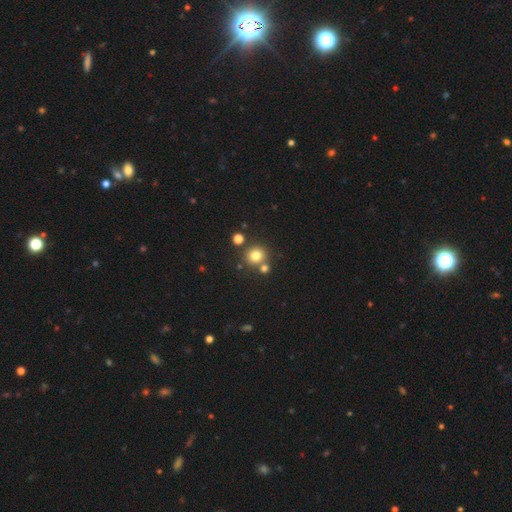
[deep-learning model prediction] Morphology: type=smooth (77%); roundness=round (89%); merging=none (69%).